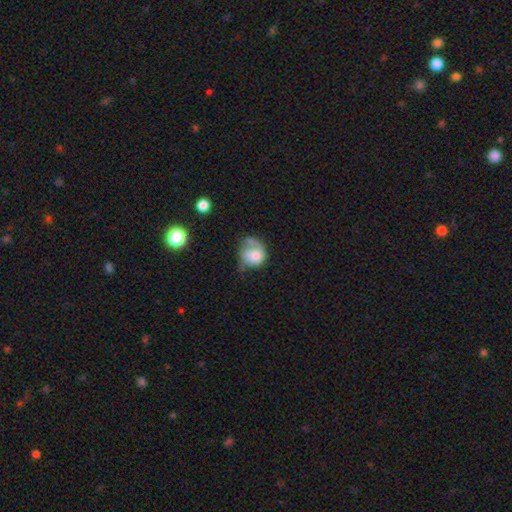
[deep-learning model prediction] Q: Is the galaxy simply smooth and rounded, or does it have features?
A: smooth — 63%.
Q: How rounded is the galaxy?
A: round — 64%.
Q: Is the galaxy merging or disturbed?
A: major disturbance — 36%.